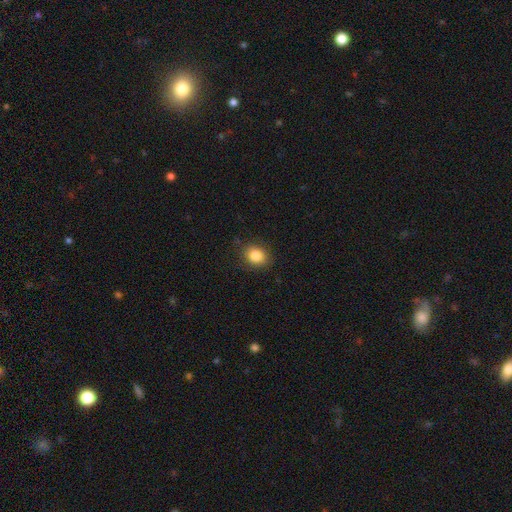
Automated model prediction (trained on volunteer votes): Overall: smooth (85%). How rounded: round (59%; in between 40%). Merging: none (86%).